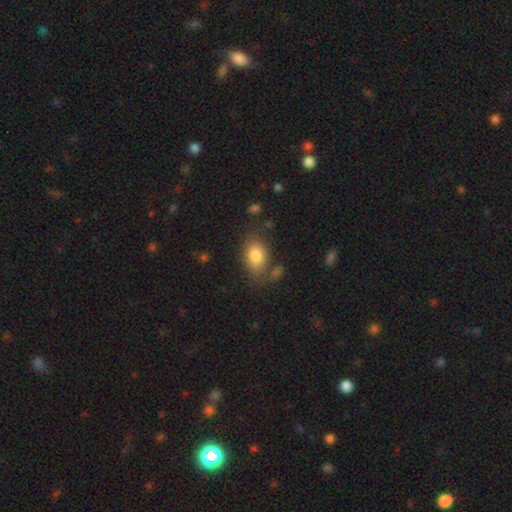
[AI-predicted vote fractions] The model was most divided on "merging": none: 67%, minor disturbance: 18%, merger: 8%, major disturbance: 7%. More confident: smooth or featured — smooth (81%); how rounded — in between (80%).